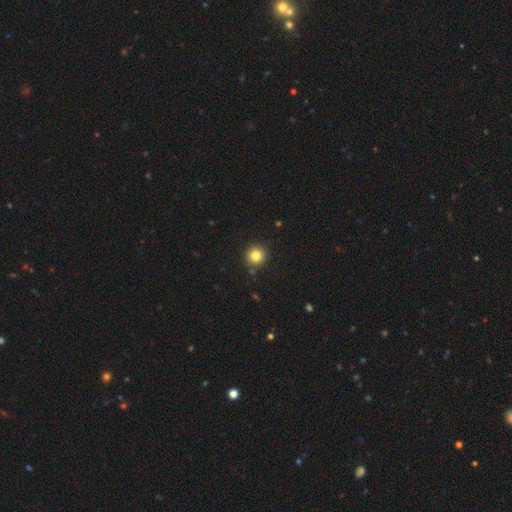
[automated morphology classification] A smooth galaxy with no disk features (82%) that is round (93%). Merging: none (90%).